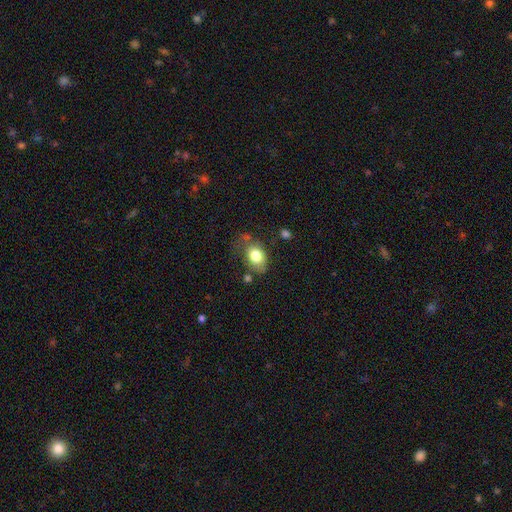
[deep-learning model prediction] This appears to be a smooth galaxy with no disk features (78%) that is in between round and cigar-shaped (77%). Merging: none (55%).